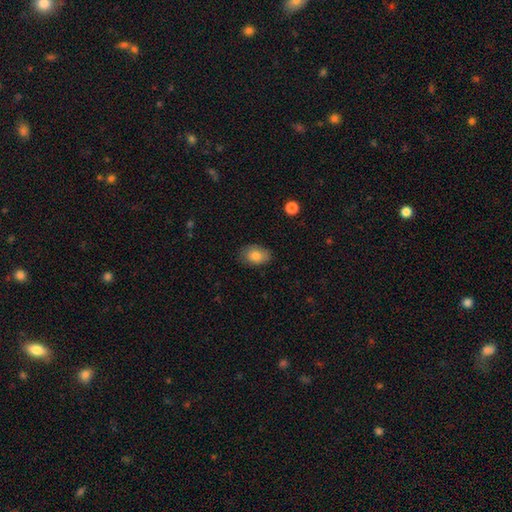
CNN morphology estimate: Smooth or featured?
  - smooth: 82% *
  - featured or disk: 10%
  - star or artifact: 8%
How rounded?
  - in between: 83% *
  - round: 16%
  - cigar-shaped: 1%
Merging?
  - none: 80% *
  - minor disturbance: 16%
  - major disturbance: 3%
  - merger: 1%